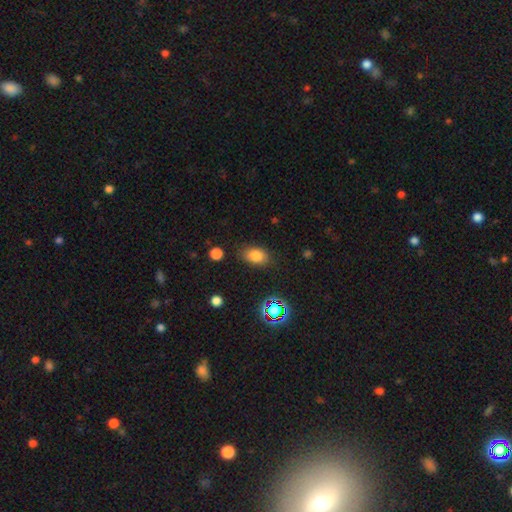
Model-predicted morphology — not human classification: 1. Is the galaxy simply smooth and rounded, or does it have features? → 79% smooth, 13% star or artifact, 8% featured or disk.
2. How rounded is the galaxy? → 82% in between, 16% round, 2% cigar-shaped.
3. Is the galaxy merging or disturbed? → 82% none, 13% minor disturbance, 3% major disturbance, 2% merger.